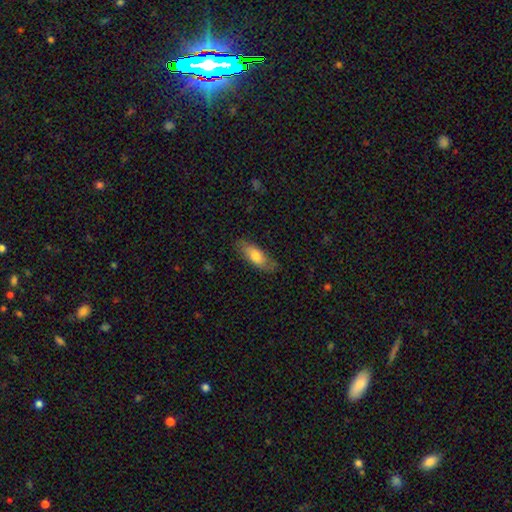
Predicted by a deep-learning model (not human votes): This appears to be a smooth galaxy with no disk features (72%) that is in between round and cigar-shaped (74%). Merging: none (76%).